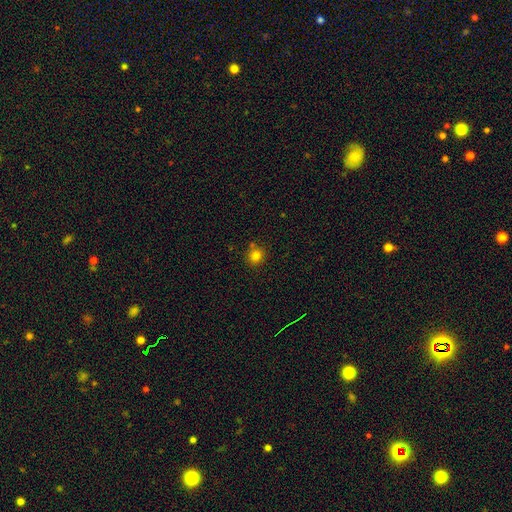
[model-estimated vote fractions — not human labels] Smooth or featured? smooth (79%)
How rounded? round (88%)
Merging? none (80%)